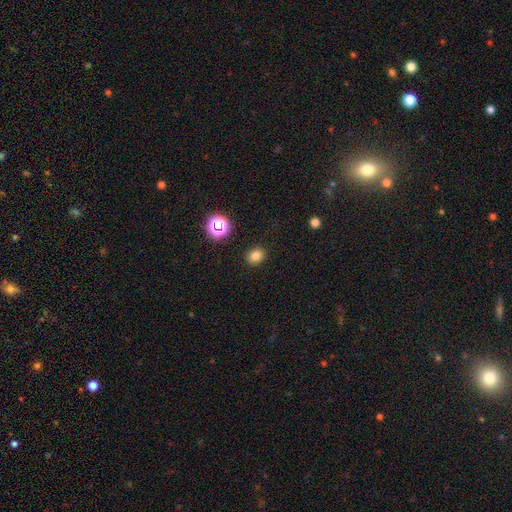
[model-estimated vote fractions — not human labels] smooth 80%, star or artifact 15%, featured or disk 5%. Down the decision tree: how rounded — round (60%); merging — none (90%).